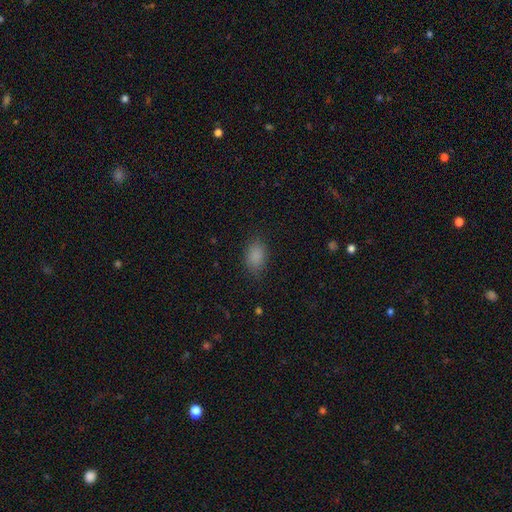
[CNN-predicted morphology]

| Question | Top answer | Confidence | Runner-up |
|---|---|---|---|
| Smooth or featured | smooth | 86% | star or artifact (10%) |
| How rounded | in between | 83% | round (15%) |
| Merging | none | 81% | minor disturbance (14%) |